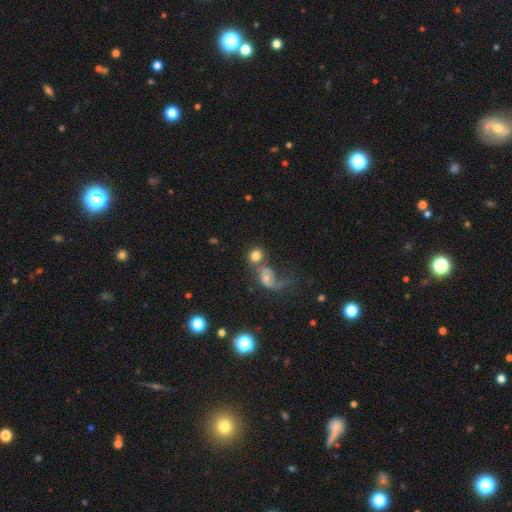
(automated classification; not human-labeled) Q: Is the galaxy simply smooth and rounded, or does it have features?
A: smooth — 73%.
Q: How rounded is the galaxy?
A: round — 64%.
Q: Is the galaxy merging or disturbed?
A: merger — 41%.